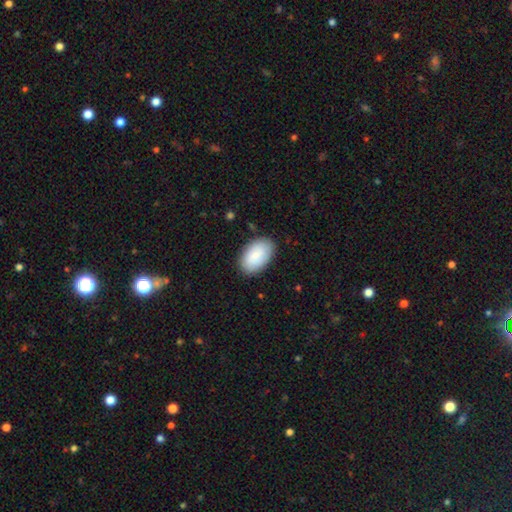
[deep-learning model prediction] Smooth or featured?
  - smooth: 85% *
  - featured or disk: 9%
  - star or artifact: 6%
How rounded?
  - in between: 94% *
  - round: 5%
  - cigar-shaped: 1%
Merging?
  - none: 85% *
  - minor disturbance: 11%
  - major disturbance: 3%
  - merger: 1%